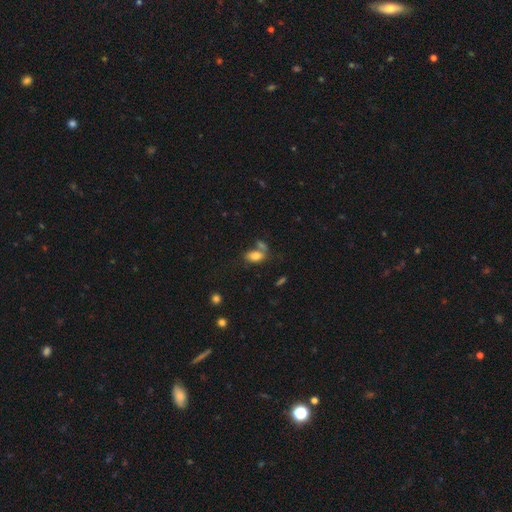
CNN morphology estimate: Q: Smooth or featured?
A: smooth (78%); runner-up: featured or disk (13%)
Q: How rounded?
A: in between (88%); runner-up: round (9%)
Q: Merging?
A: none (45%); runner-up: merger (34%)